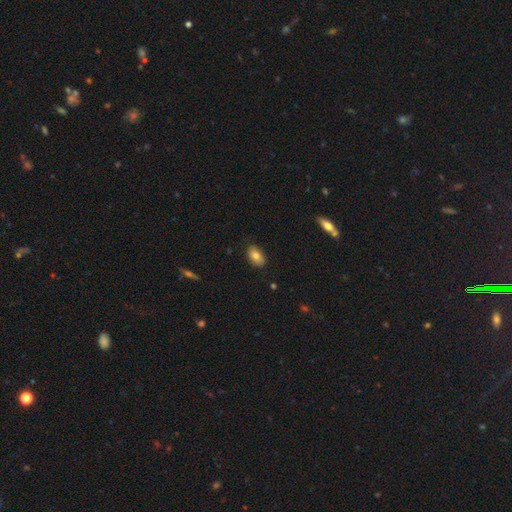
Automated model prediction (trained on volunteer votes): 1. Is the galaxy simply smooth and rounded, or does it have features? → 81% smooth, 12% featured or disk, 8% star or artifact.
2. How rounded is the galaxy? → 92% in between, 7% round, 2% cigar-shaped.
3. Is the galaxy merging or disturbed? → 85% none, 12% minor disturbance, 2% major disturbance, 1% merger.